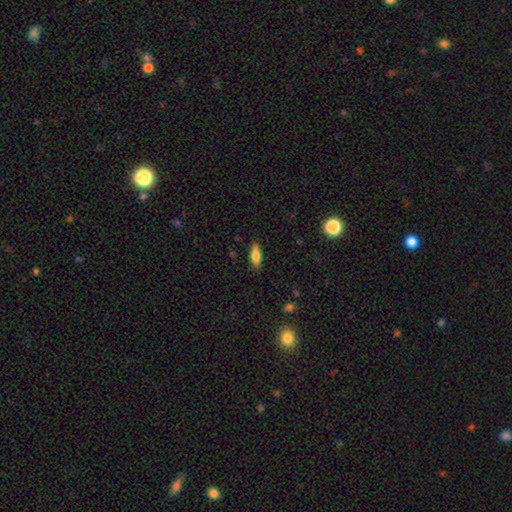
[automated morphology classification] A smooth galaxy with no disk features (74%) that is in between round and cigar-shaped (70%). Merging: none (85%).